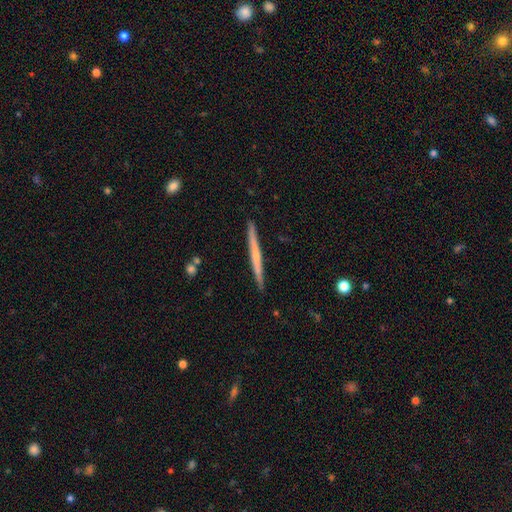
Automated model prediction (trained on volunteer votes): A featured or disk galaxy (57%) viewed edge-on (98%) with no central bulge (67%). Merging: none (91%).